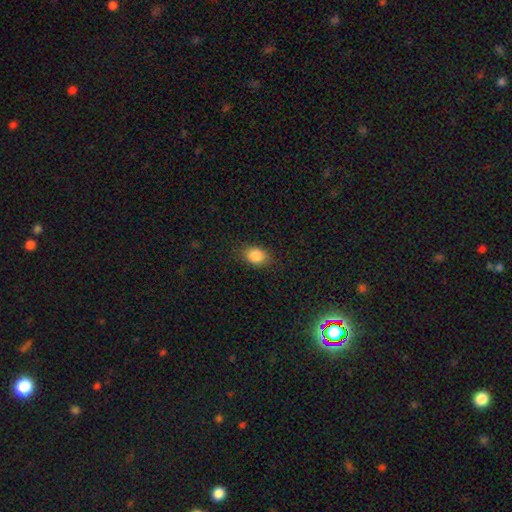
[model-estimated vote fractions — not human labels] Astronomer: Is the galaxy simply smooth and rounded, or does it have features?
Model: smooth — 86%.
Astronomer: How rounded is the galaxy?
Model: in between — 67%.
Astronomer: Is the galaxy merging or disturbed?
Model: none — 84%.